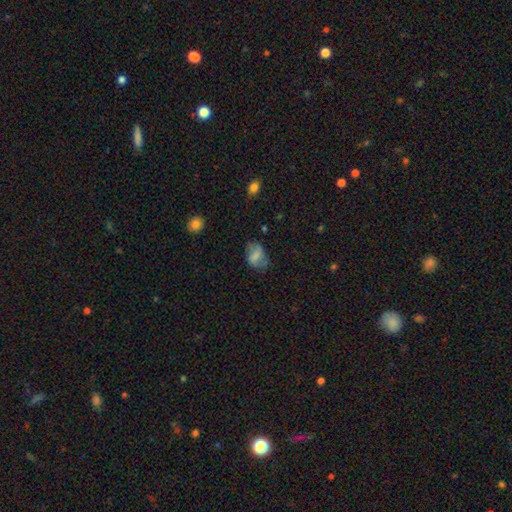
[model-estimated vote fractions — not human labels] Smooth or featured? Predicted: smooth (p=0.63). How rounded? Predicted: in between (p=0.80). Merging? Predicted: none (p=0.56).